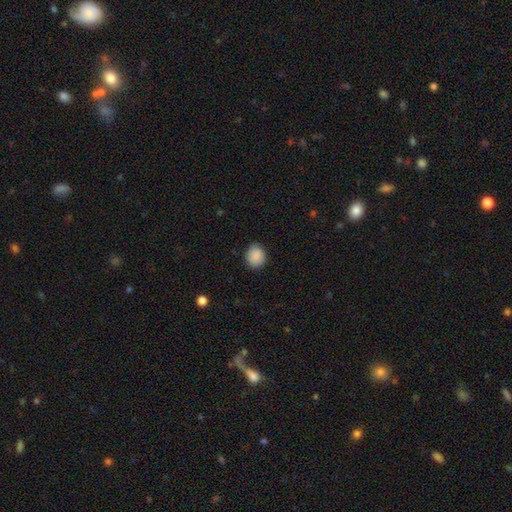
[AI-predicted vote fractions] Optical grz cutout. It shows a smooth galaxy with no disk features (89%) that is round (68%). Merging: none (85%).